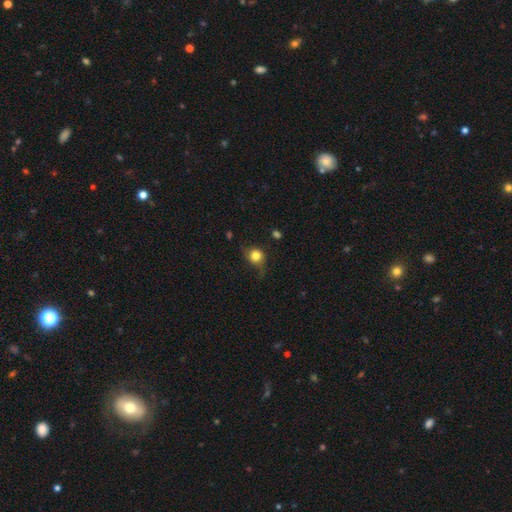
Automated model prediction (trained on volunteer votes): Smooth or featured? Predicted: smooth (p=0.76). How rounded? Predicted: round (p=0.76). Merging? Predicted: none (p=0.56).